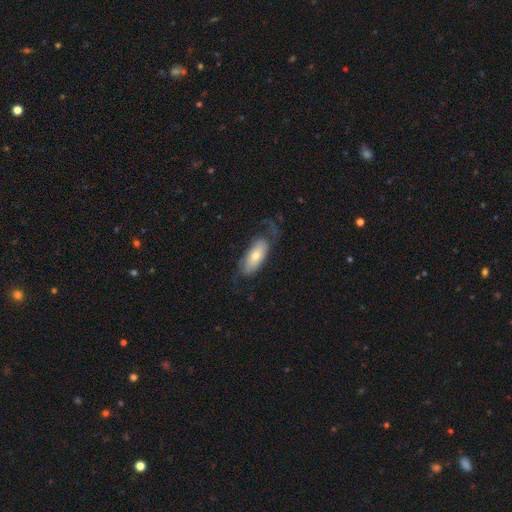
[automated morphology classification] Smooth or featured?
  - smooth: 54% *
  - featured or disk: 40%
  - star or artifact: 6%
How rounded?
  - in between: 83% *
  - cigar-shaped: 14%
  - round: 3%
Merging?
  - none: 50% *
  - minor disturbance: 24%
  - major disturbance: 24%
  - merger: 2%